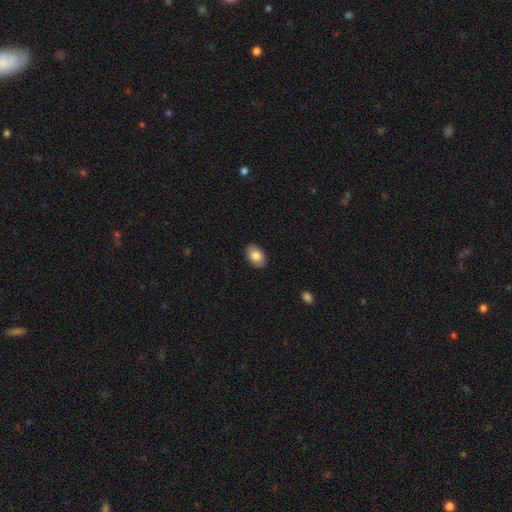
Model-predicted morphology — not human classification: This is clearly a smooth galaxy (83%). How rounded: clearly in between (88%). Merging: clearly none (89%).